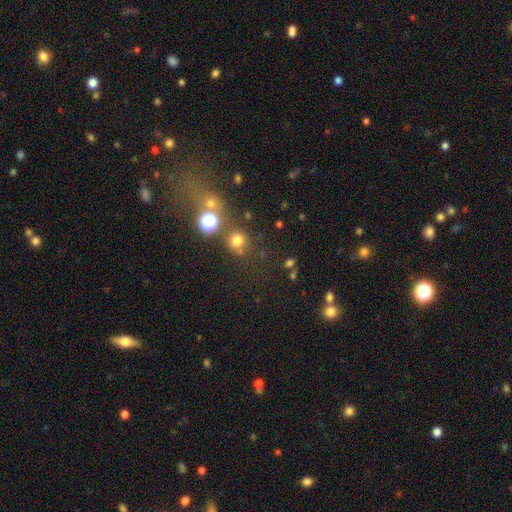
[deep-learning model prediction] smooth_or_featured: star or artifact (p=0.47) [alt: smooth p=0.42]